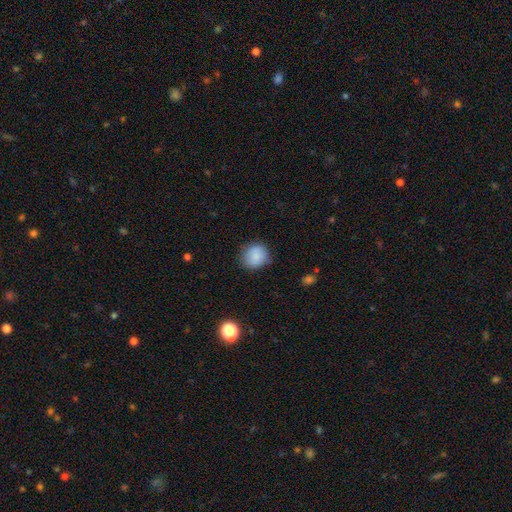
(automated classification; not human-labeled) Morphology: type=smooth (86%); roundness=round (83%); merging=none (79%).